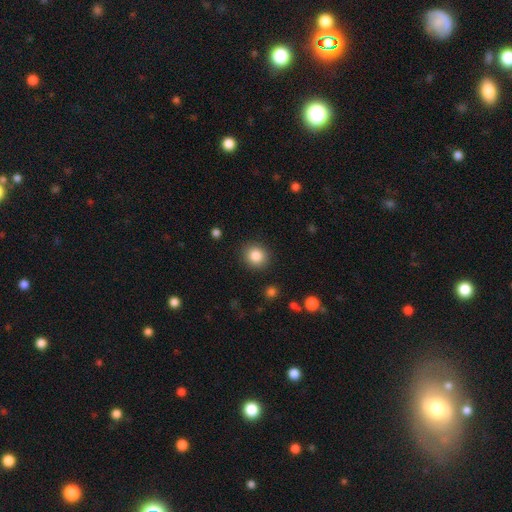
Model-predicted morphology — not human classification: type=smooth (85%); roundness=round (84%); merging=none (90%).